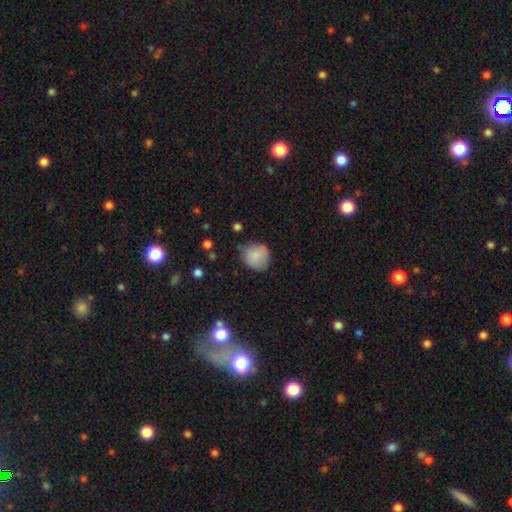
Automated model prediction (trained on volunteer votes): A smooth galaxy with no disk features (83%) that is round (86%). Merging: none (67%).